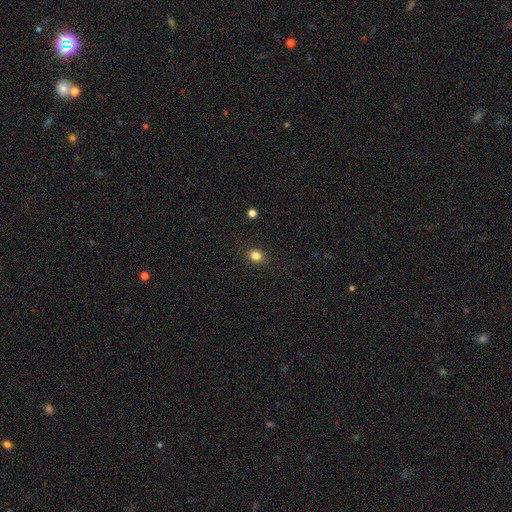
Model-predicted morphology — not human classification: A smooth galaxy with no disk features (83%) that is round (63%).

Vote fractions:
- Smooth or featured? smooth: 83% / star or artifact: 12% / featured or disk: 5%
- How rounded? round: 63% / in between: 36% / cigar-shaped: 1%
- Merging? none: 89% / minor disturbance: 8% / major disturbance: 2% / merger: 1%